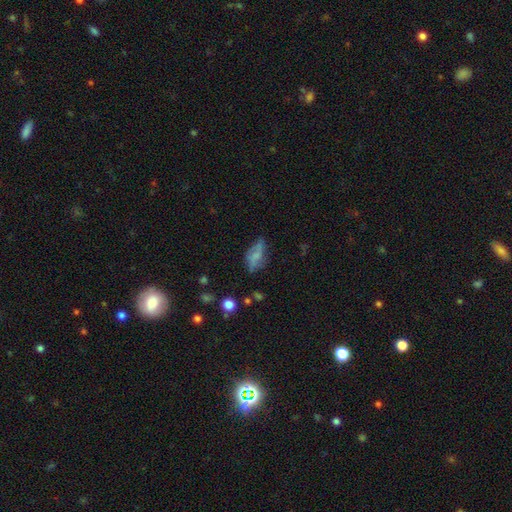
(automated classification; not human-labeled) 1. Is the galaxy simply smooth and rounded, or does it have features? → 55% smooth, 35% featured or disk, 10% star or artifact.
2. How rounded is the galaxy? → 83% in between, 12% cigar-shaped, 5% round.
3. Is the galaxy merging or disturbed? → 55% none, 29% minor disturbance, 13% major disturbance, 3% merger.